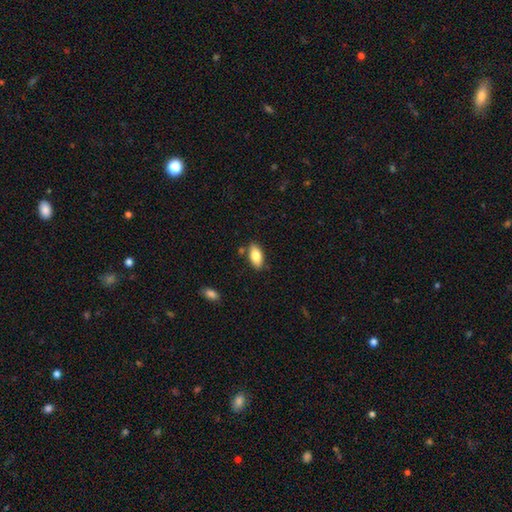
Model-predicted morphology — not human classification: smooth 82%, featured or disk 12%, star or artifact 7%. Down the decision tree: how rounded — in between (91%); merging — none (82%).